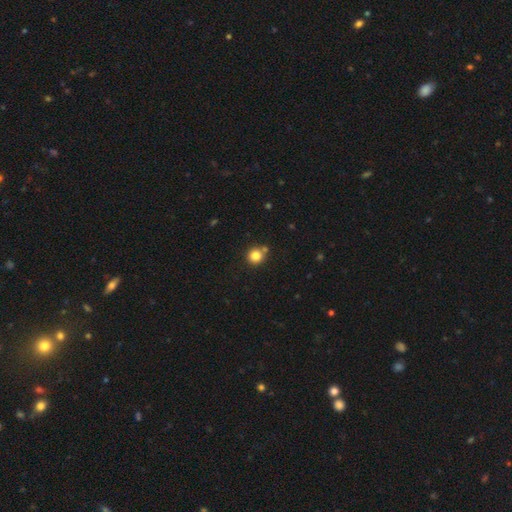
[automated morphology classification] A smooth galaxy with no disk features (82%) that is round (91%). Merging: none (75%).